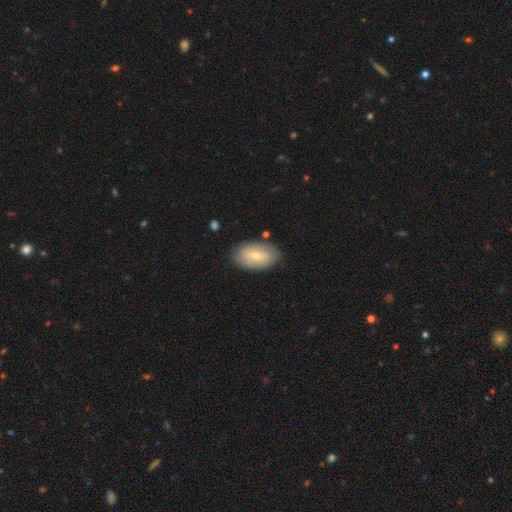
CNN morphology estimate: type=smooth (57%); roundness=in between (92%); merging=none (82%).